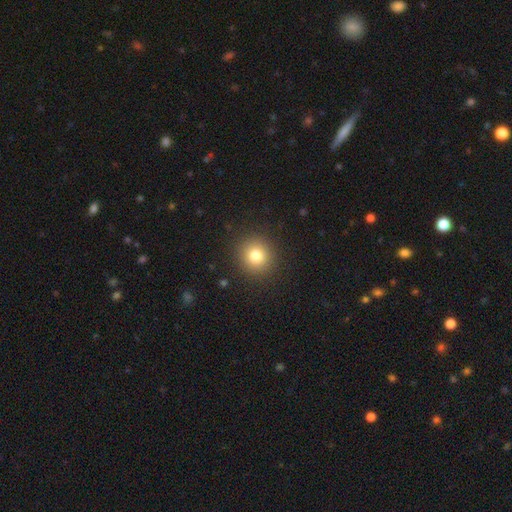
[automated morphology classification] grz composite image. It shows a smooth galaxy with no disk features (80%) that is round (92%). Merging: none (91%).